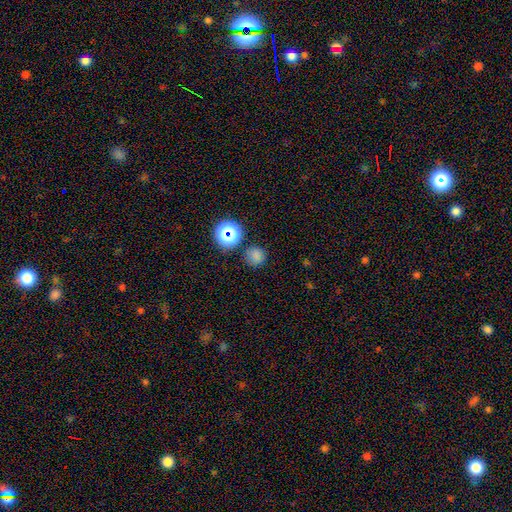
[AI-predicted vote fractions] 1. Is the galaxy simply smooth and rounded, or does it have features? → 72% smooth, 22% star or artifact, 6% featured or disk.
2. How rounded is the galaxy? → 90% round, 9% in between, 1% cigar-shaped.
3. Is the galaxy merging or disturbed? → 81% none, 11% minor disturbance, 4% merger, 4% major disturbance.